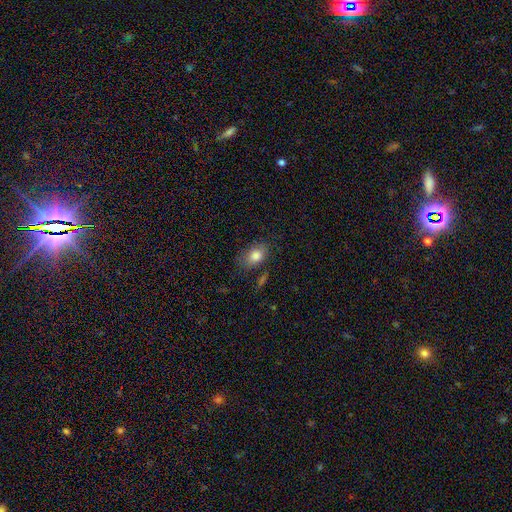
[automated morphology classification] Smooth or featured? Predicted: smooth (p=0.82). How rounded? Predicted: in between (p=0.83). Merging? Predicted: none (p=0.69).